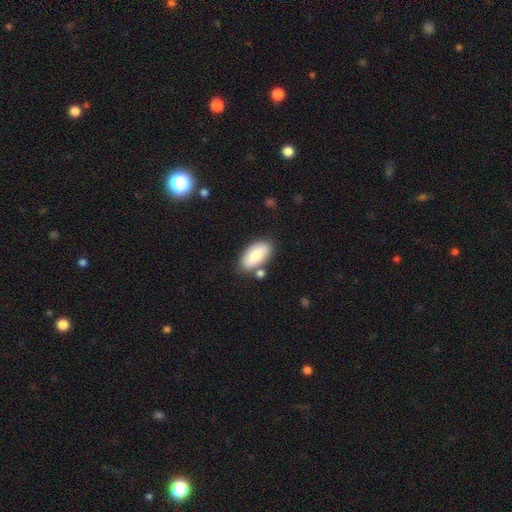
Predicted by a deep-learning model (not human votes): This is likely a smooth galaxy (76%). How rounded: clearly in between (93%). Merging: likely none (72%).